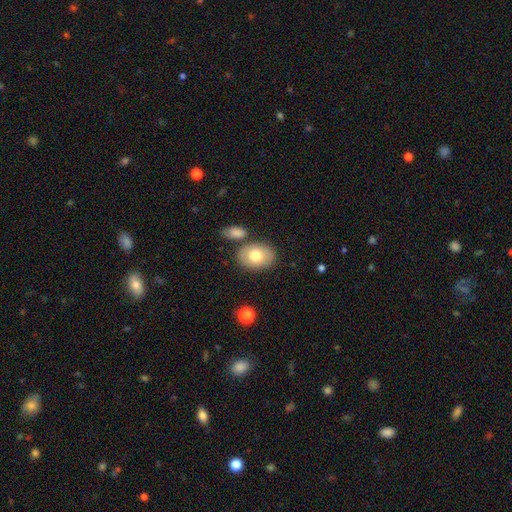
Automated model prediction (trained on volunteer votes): The model was most divided on "smooth or featured": smooth: 73%, featured or disk: 20%, star or artifact: 7%. More confident: how rounded — in between (78%); merging — none (73%).